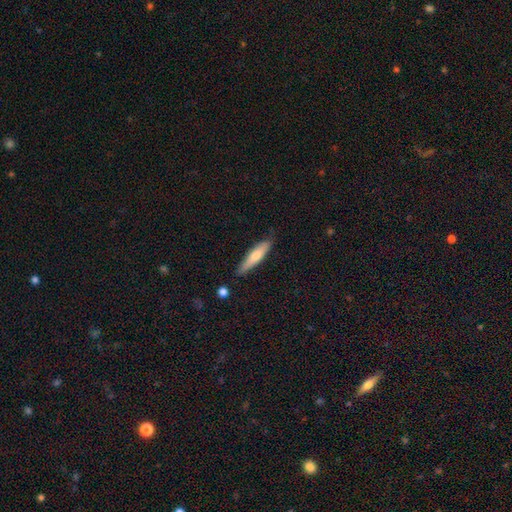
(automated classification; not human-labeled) Smooth or featured?
  - smooth: 68% *
  - featured or disk: 27%
  - star or artifact: 5%
How rounded?
  - cigar-shaped: 80% *
  - in between: 19%
  - round: 1%
Merging?
  - none: 78% *
  - minor disturbance: 17%
  - major disturbance: 3%
  - merger: 2%